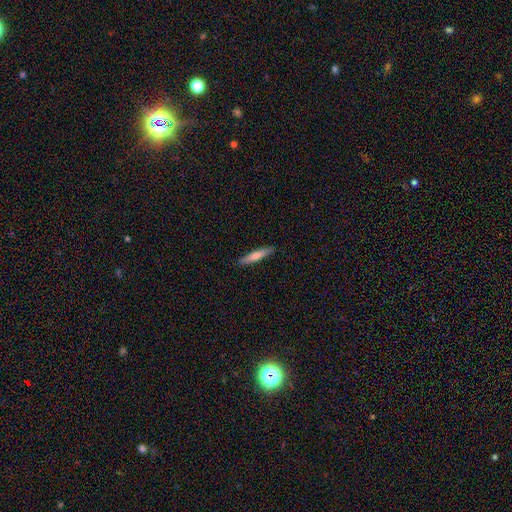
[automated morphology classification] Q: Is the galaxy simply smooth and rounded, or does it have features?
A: smooth — 65%.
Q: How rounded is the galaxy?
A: cigar-shaped — 90%.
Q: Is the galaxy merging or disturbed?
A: none — 90%.